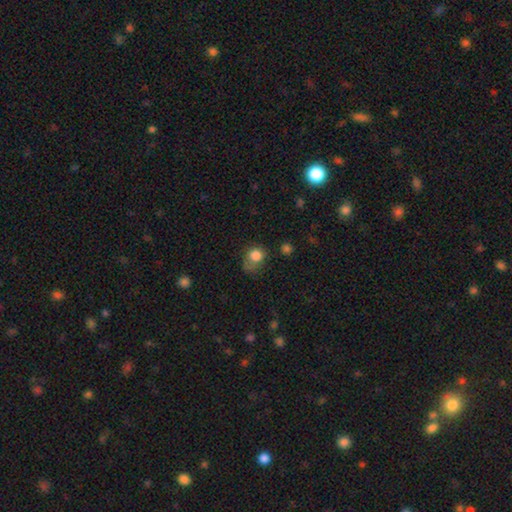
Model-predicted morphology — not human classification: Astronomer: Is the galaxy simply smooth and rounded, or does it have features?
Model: smooth — 81%.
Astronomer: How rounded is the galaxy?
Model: round — 69%.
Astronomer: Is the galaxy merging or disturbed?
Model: none — 41% (runner-up: minor disturbance, 30%).